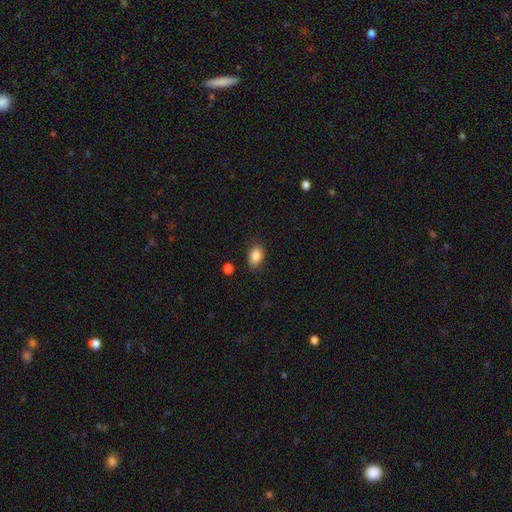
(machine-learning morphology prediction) smooth-or-featured: smooth: 87% | star or artifact: 8% | featured or disk: 6%
  how-rounded: in between: 87% | round: 11% | cigar-shaped: 1%
  merging: none: 86% | minor disturbance: 9% | major disturbance: 2% | merger: 2%